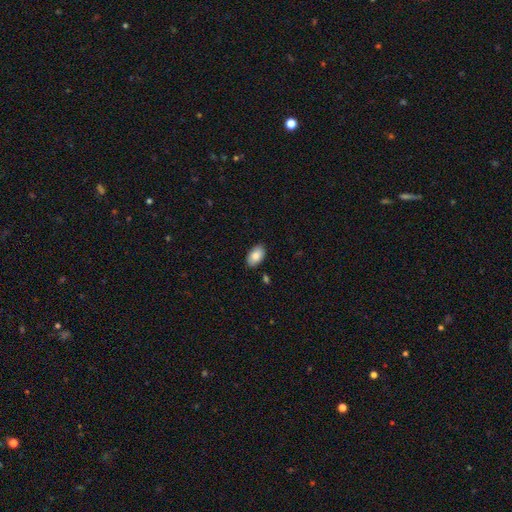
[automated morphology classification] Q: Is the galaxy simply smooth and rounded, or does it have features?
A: smooth — 86%.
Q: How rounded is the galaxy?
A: in between — 94%.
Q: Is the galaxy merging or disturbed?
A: none — 87%.